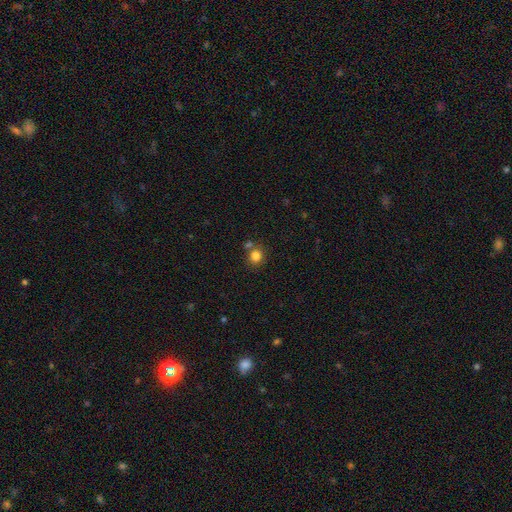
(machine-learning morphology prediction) smooth-or-featured: smooth: 82% | star or artifact: 12% | featured or disk: 6%
  how-rounded: round: 84% | in between: 15% | cigar-shaped: 1%
  merging: none: 69% | merger: 18% | minor disturbance: 10% | major disturbance: 3%